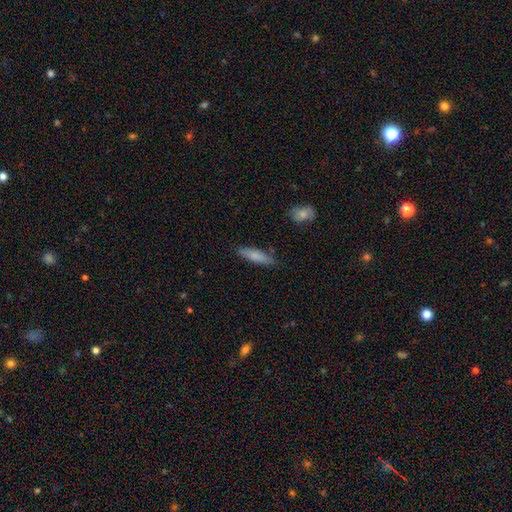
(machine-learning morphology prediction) type=smooth (79%); roundness=cigar-shaped (69%); merging=none (83%).